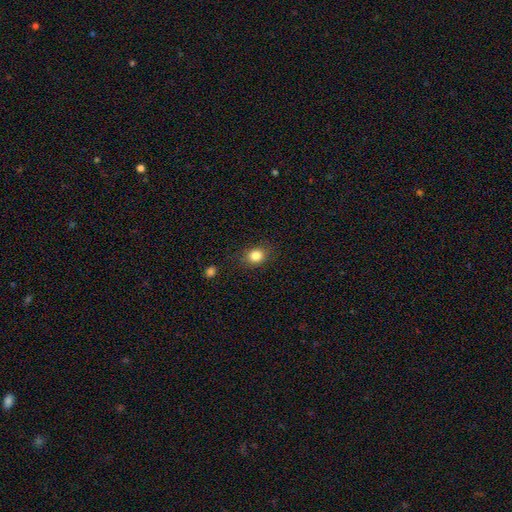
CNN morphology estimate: This appears to be a smooth galaxy with no disk features (83%) that is round (62%). Merging: none (84%).